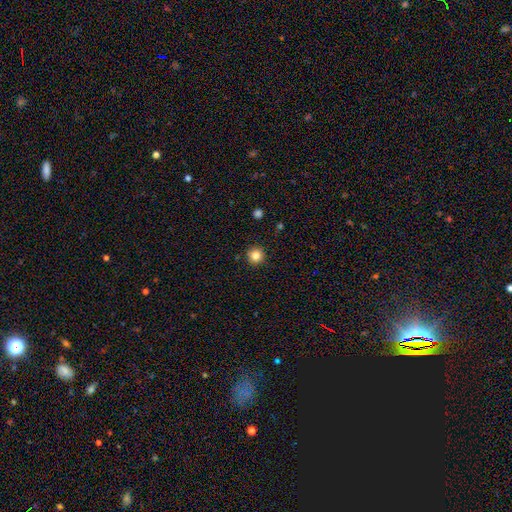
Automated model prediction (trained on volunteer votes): Smooth or featured? smooth (83%)
How rounded? round (95%)
Merging? none (91%)